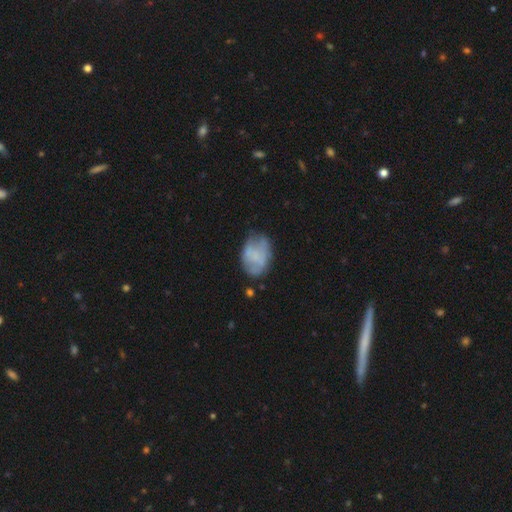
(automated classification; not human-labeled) Smooth or featured: smooth — 55% (featured or disk — 37%)
How rounded: in between — 82% (round — 17%)
Merging: none — 54% (minor disturbance — 29%)